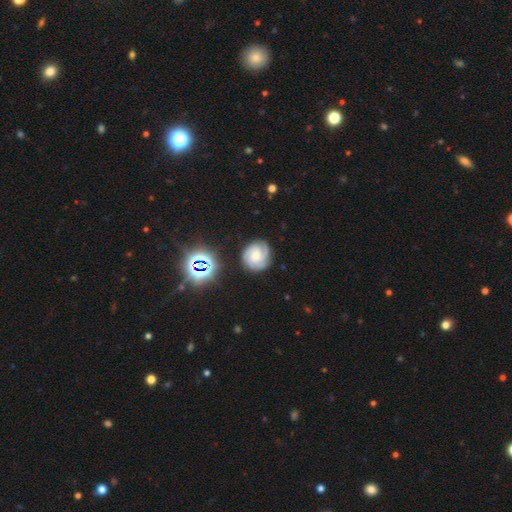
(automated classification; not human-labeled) This is likely a featured or disk galaxy (76%). It is clearly not viewed edge-on (98%). Bar: likely no (71%). Spiral arm pattern: clearly yes (97%). Spiral arm count: possibly 3 (53%). Spiral winding: likely tight (67%). Central bulge: possibly small (50%). Merging: likely none (80%).